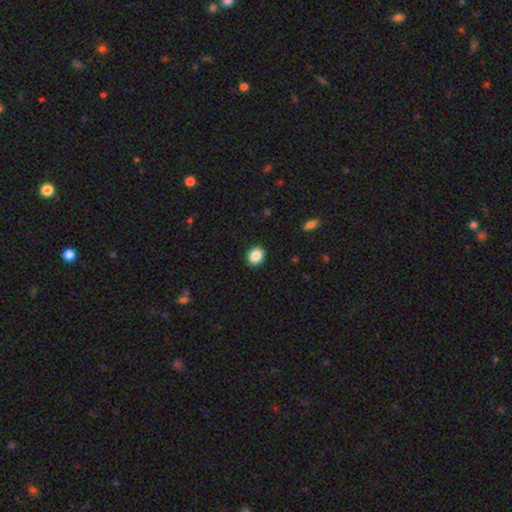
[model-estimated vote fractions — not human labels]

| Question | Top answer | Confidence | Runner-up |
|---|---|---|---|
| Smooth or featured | smooth | 87% | star or artifact (9%) |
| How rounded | round | 53% | in between (46%) |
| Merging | none | 91% | minor disturbance (7%) |